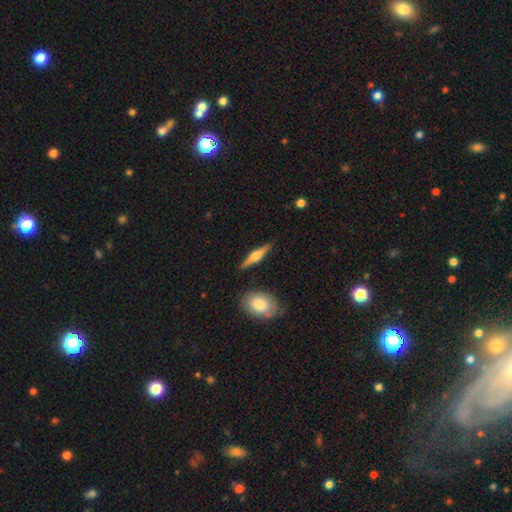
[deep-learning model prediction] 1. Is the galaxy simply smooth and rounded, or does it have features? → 67% featured or disk, 28% smooth, 6% star or artifact.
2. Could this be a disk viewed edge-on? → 97% yes, 3% no.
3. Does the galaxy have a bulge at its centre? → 91% rounded, 6% boxy, 3% none.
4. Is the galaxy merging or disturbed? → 88% none, 8% minor disturbance, 2% merger, 2% major disturbance.